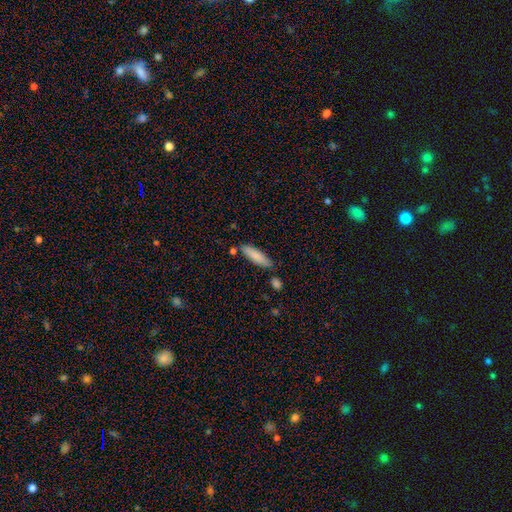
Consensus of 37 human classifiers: Morphology: type=smooth (89%); roundness=cigar-shaped (61%); merging=none (81%).